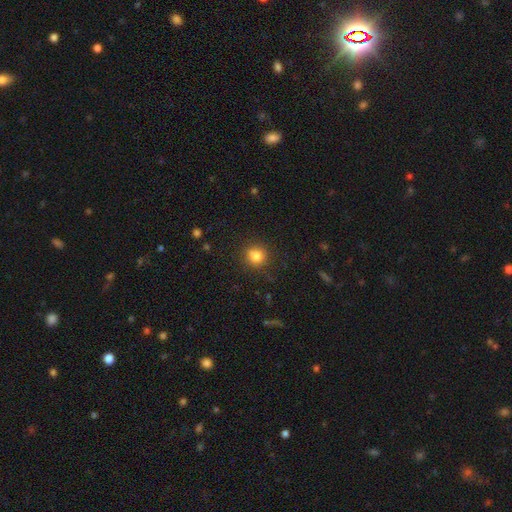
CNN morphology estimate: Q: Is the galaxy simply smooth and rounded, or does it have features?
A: smooth — 80%.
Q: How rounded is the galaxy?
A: round — 88%.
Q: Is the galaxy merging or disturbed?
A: none — 80%.